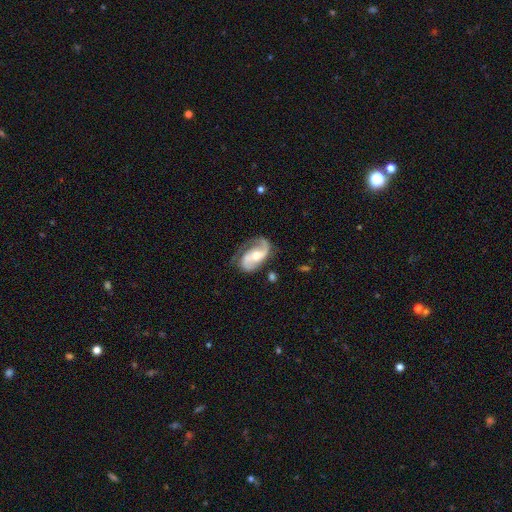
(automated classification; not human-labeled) This is clearly a featured or disk galaxy (87%). It is clearly not viewed edge-on (97%). Bar: possibly no (47%). Spiral arm pattern: clearly yes (97%). Spiral arm count: clearly 2 (87%). Spiral winding: possibly medium (50%). Central bulge: likely moderate (62%). Merging: likely none (63%).